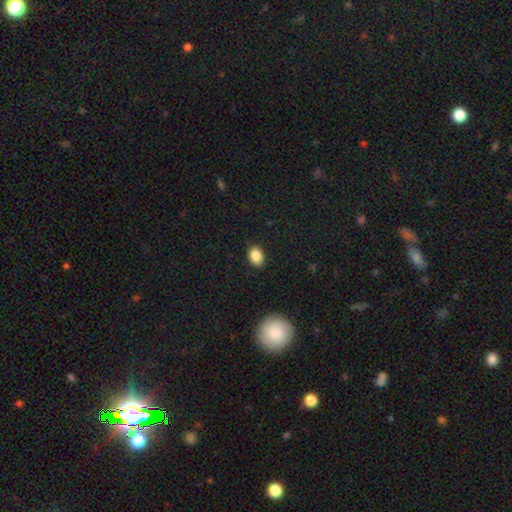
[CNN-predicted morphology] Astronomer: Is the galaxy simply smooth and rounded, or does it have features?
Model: smooth — 86%.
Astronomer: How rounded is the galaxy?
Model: in between — 79%.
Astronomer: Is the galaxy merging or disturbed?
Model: none — 86%.